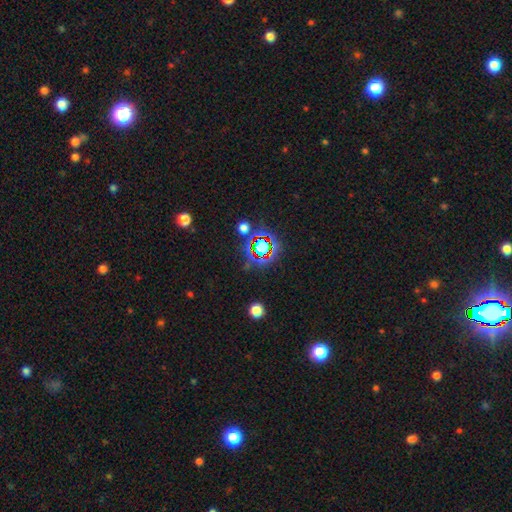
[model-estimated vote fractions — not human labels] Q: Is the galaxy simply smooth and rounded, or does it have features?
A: star or artifact — 77%.